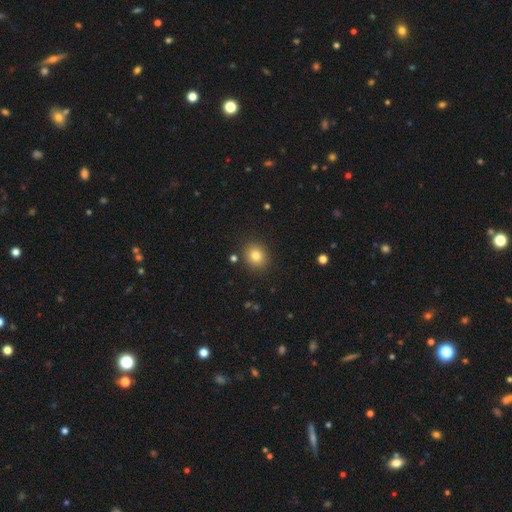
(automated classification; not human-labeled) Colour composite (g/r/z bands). It shows a smooth galaxy with no disk features (82%) that is round (73%). Merging: none (87%).